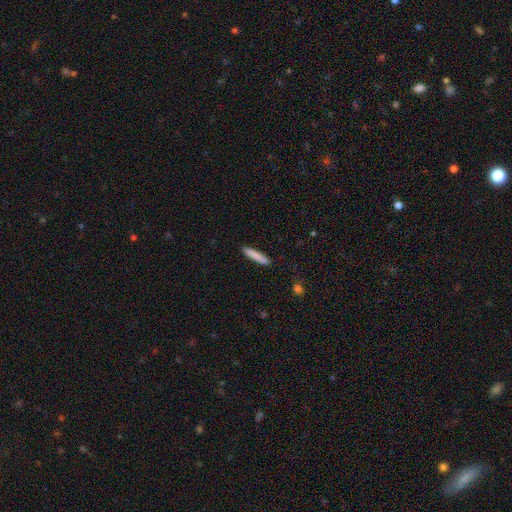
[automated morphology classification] The model was most divided on "smooth or featured": smooth: 84%, featured or disk: 10%, star or artifact: 6%. More confident: how rounded — cigar-shaped (92%); merging — none (90%).